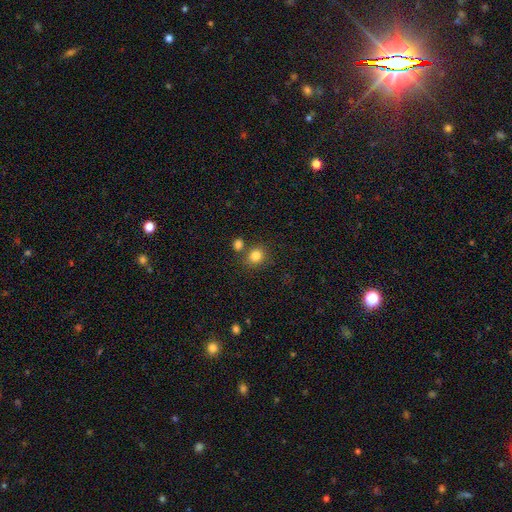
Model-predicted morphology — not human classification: A smooth galaxy with no disk features (82%) that is round (76%).

Vote fractions:
- Smooth or featured? smooth: 82% / star or artifact: 12% / featured or disk: 6%
- How rounded? round: 76% / in between: 23% / cigar-shaped: 1%
- Merging? none: 71% / merger: 16% / minor disturbance: 10% / major disturbance: 3%